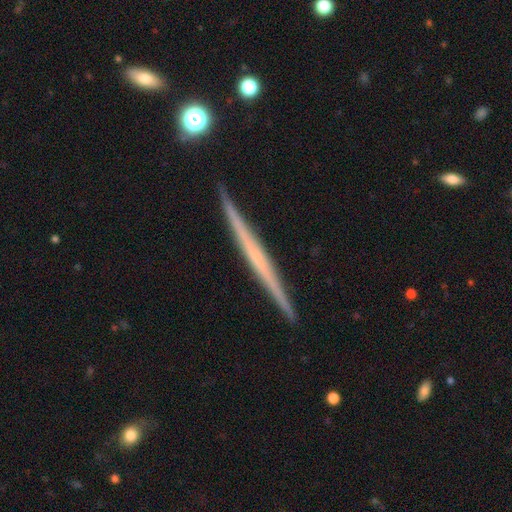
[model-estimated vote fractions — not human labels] The model was most divided on "smooth or featured": featured or disk: 67%, smooth: 27%, star or artifact: 5%. More confident: edge-on disk — yes (98%); merging — none (92%); edge-on bulge — none (83%).